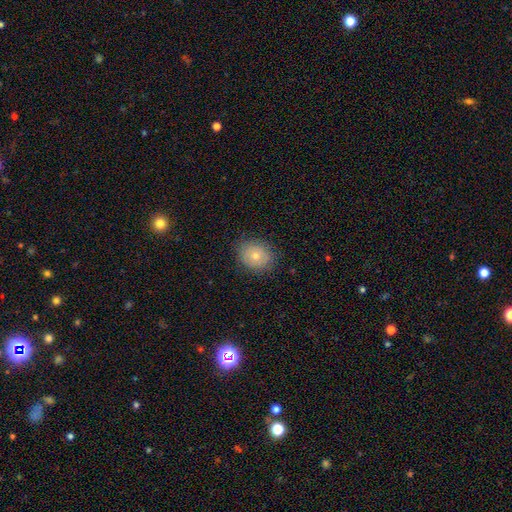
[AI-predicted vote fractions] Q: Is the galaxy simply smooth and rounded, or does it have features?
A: smooth — 70%.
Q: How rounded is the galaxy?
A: round — 63%.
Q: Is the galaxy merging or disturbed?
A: none — 83%.